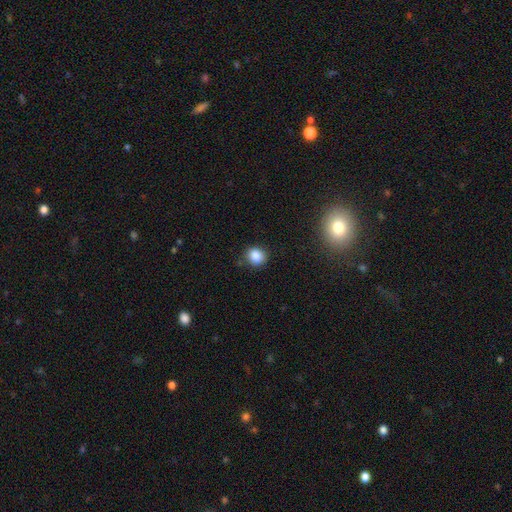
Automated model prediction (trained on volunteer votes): Smooth or featured: smooth — 86% (star or artifact — 10%)
How rounded: round — 81% (in between — 18%)
Merging: none — 80% (minor disturbance — 14%)